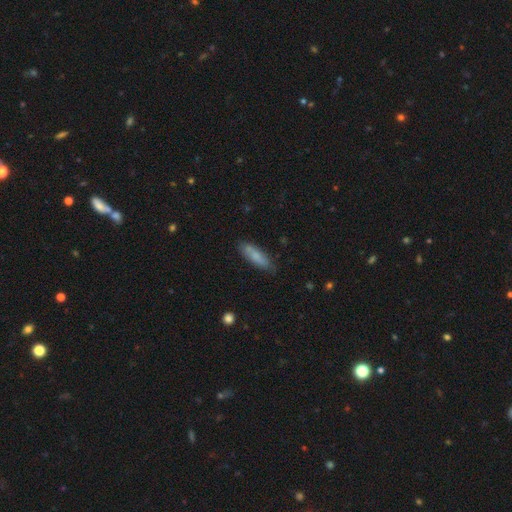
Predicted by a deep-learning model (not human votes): Smooth or featured? smooth (78%)
How rounded? cigar-shaped (53%)
Merging? none (78%)